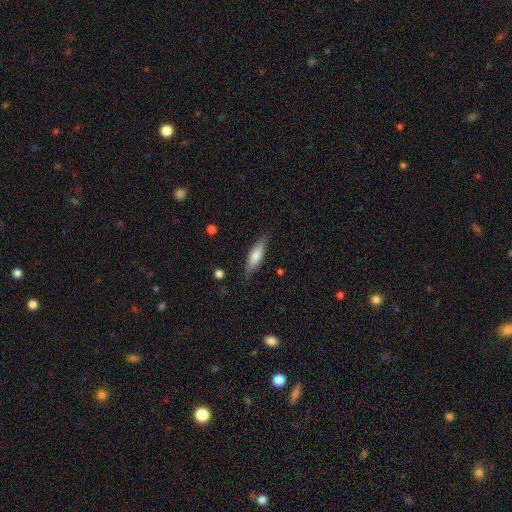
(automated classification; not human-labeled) Smooth or featured: smooth — 65% (featured or disk — 28%)
How rounded: cigar-shaped — 64% (in between — 34%)
Merging: none — 84% (minor disturbance — 12%)